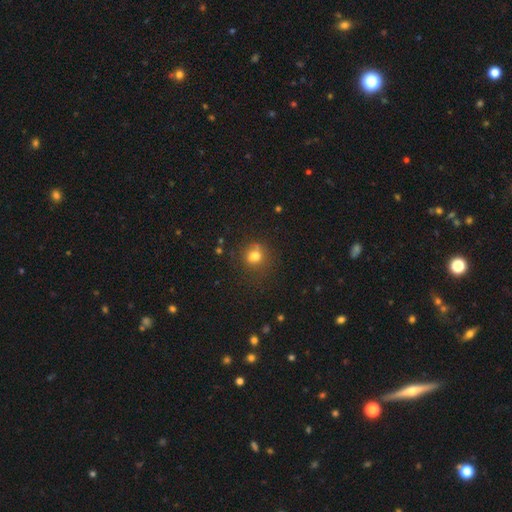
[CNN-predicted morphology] smooth_or_featured: smooth (p=0.76) [alt: star or artifact p=0.15]
how_rounded: round (p=0.78) [alt: in between p=0.21]
merging: none (p=0.65) [alt: minor disturbance p=0.16]